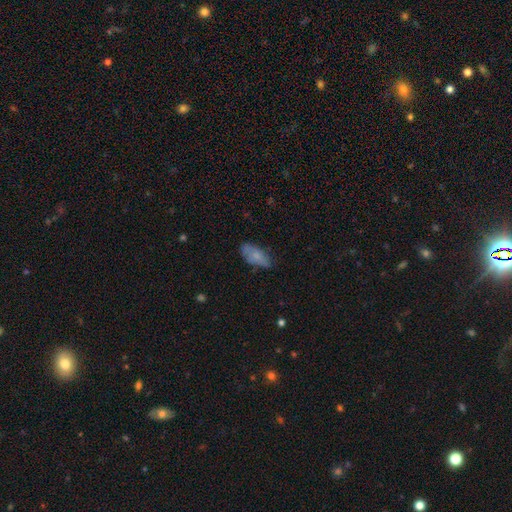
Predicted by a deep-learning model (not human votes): Smooth or featured? Predicted: smooth (p=0.74). How rounded? Predicted: in between (p=0.89). Merging? Predicted: none (p=0.62).